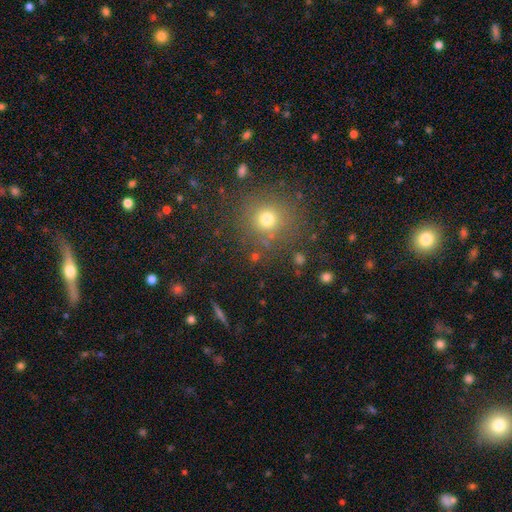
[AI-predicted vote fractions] smooth_or_featured: smooth (p=0.65) [alt: star or artifact p=0.26]
how_rounded: round (p=0.91) [alt: in between p=0.08]
merging: none (p=0.85) [alt: minor disturbance p=0.08]